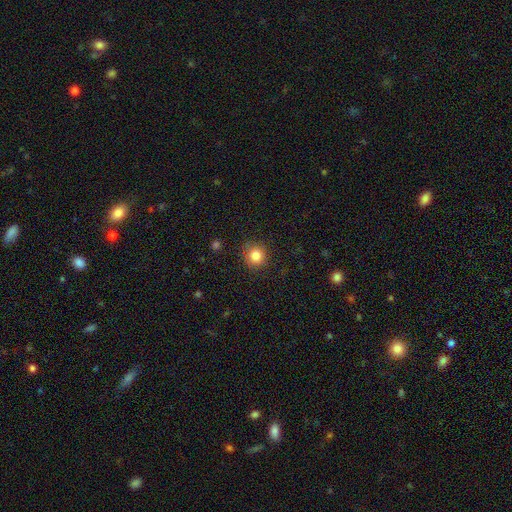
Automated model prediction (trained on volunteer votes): This appears to be a smooth galaxy with no disk features (84%) that is round (92%). Merging: none (88%).